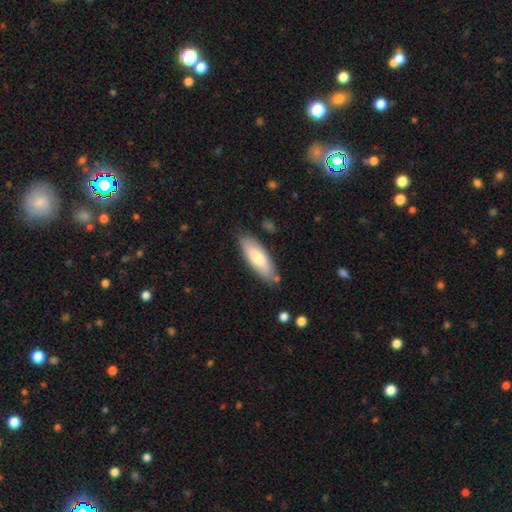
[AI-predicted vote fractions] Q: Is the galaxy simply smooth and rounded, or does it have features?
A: smooth — 73%.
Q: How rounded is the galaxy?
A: in between — 65%.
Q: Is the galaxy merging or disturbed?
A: none — 80%.